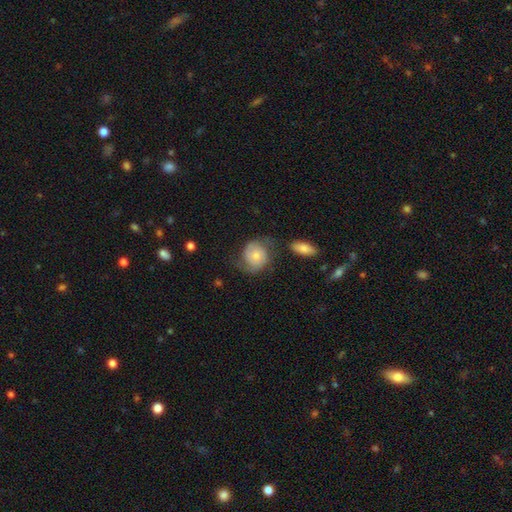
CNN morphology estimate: Smooth or featured? Predicted: featured or disk (p=0.54). Edge-on disk? Predicted: no (p=0.97). Bar? Predicted: no (p=0.76). Spiral arms? Predicted: yes (p=0.87). Bulge size? Predicted: small (p=0.45). Merging? Predicted: none (p=0.55).